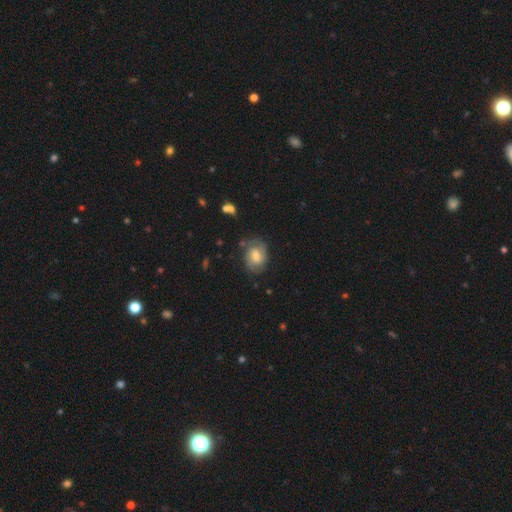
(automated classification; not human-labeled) Smooth or featured? Predicted: featured or disk (p=0.51). Edge-on disk? Predicted: no (p=0.96). Merging? Predicted: none (p=0.69).